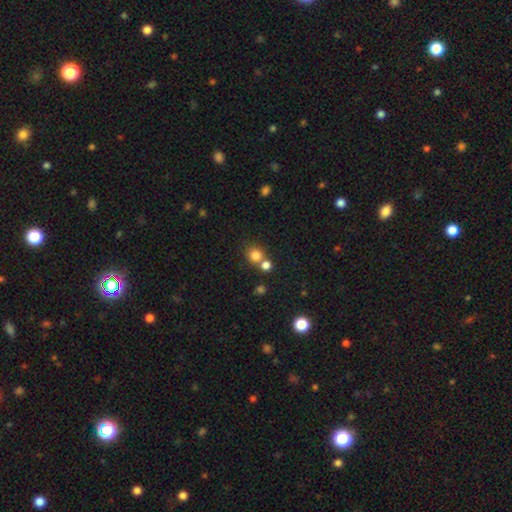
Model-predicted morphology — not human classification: smooth_or_featured: smooth (p=0.79) [alt: star or artifact p=0.14]
how_rounded: round (p=0.85) [alt: in between p=0.14]
merging: none (p=0.58) [alt: merger p=0.31]